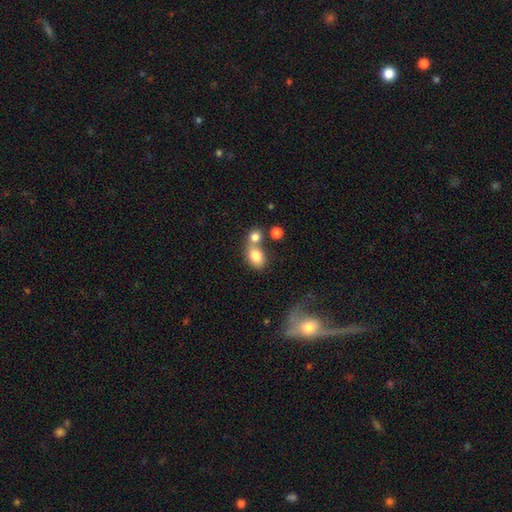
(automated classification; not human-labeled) Overall: smooth (81%). How rounded: in between (67%; round 32%). Merging: merger (47%; none 37%).